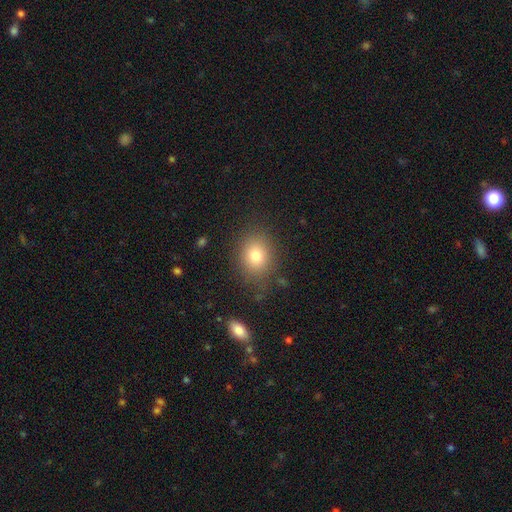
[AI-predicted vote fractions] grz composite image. It shows a smooth galaxy with no disk features (78%) that is in between round and cigar-shaped (53%). Merging: none (82%).